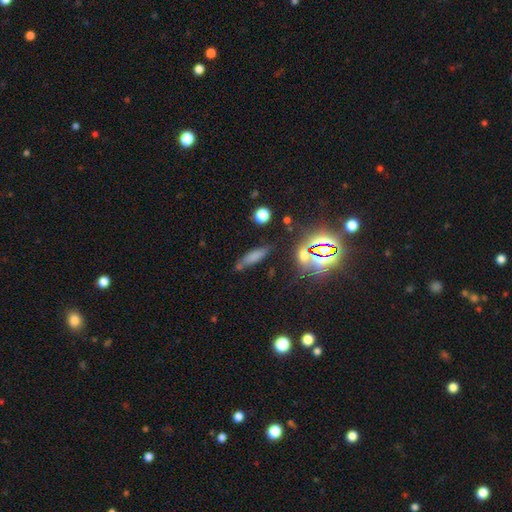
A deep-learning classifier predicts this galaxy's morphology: A smooth galaxy with no disk features (53%) that is cigar-shaped (65%).

Vote fractions:
- Smooth or featured? smooth: 53% / star or artifact: 30% / featured or disk: 17%
- How rounded? cigar-shaped: 65% / in between: 29% / round: 6%
- Merging? none: 74% / minor disturbance: 16% / major disturbance: 5% / merger: 5%